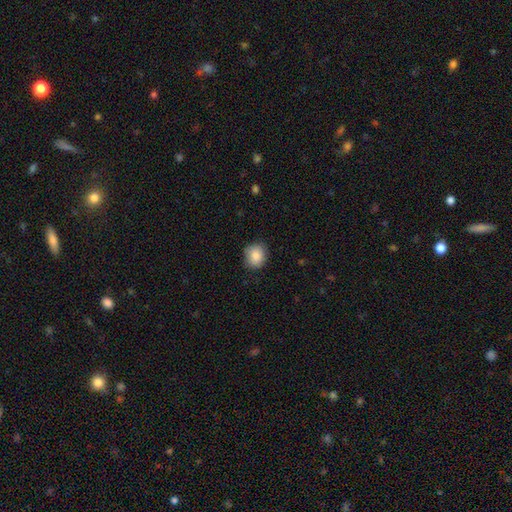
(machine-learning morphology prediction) Q: Smooth or featured?
A: smooth (87%); runner-up: star or artifact (8%)
Q: How rounded?
A: round (73%); runner-up: in between (27%)
Q: Merging?
A: none (83%); runner-up: minor disturbance (14%)